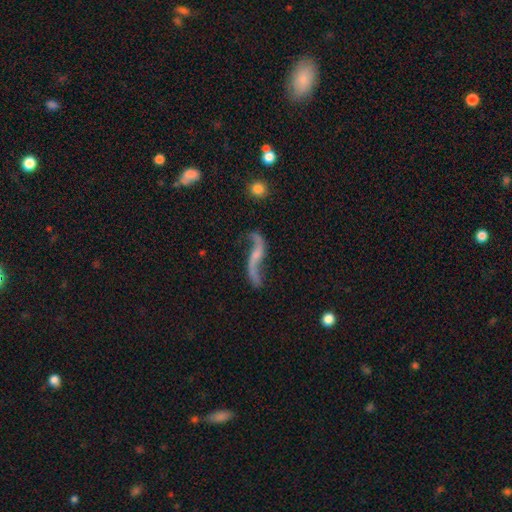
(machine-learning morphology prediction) smooth_or_featured: featured or disk (p=0.85) [alt: star or artifact p=0.08]
disk_edge_on: no (p=0.88) [alt: yes p=0.12]
bar: no (p=0.48) [alt: weak p=0.34]
has_spiral_arms: yes (p=0.94) [alt: no p=0.06]
spiral_winding: loose (p=0.92) [alt: medium p=0.06]
spiral_arm_count: 2 (p=0.93) [alt: 1 p=0.03]
bulge_size: small (p=0.48) [alt: none p=0.29]
merging: none (p=0.69) [alt: minor disturbance p=0.16]